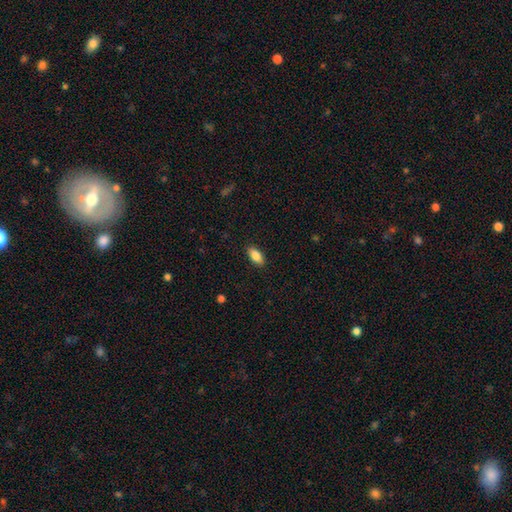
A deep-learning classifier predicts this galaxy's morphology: This is clearly a smooth galaxy (86%). How rounded: clearly in between (89%). Merging: clearly none (89%).